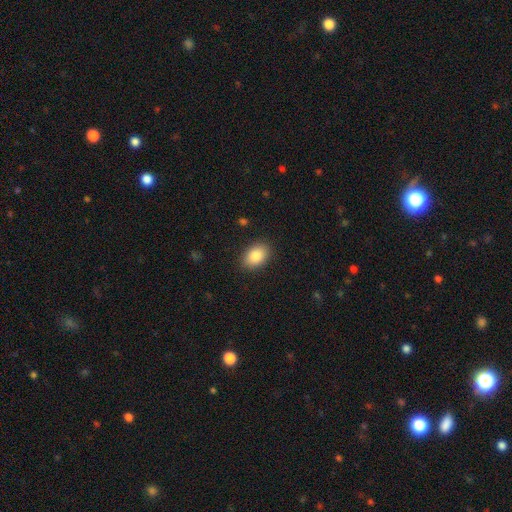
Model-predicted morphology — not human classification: smooth_or_featured: smooth (p=0.85) [alt: star or artifact p=0.08]
how_rounded: in between (p=0.84) [alt: round p=0.15]
merging: none (p=0.88) [alt: minor disturbance p=0.09]